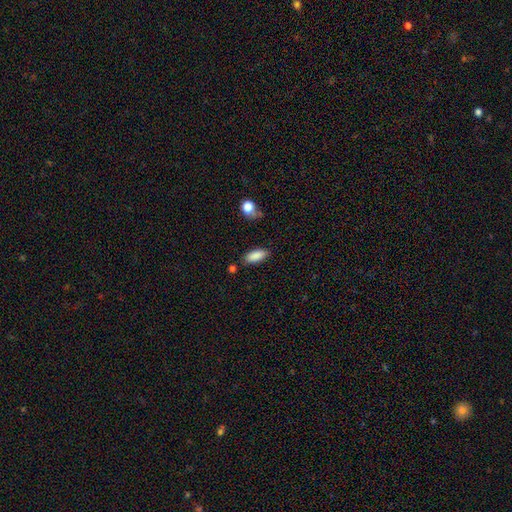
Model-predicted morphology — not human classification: Overall: smooth (88%). How rounded: in between (80%). Merging: none (79%).